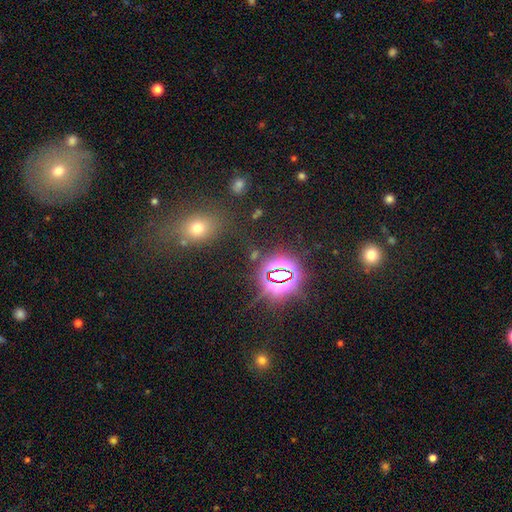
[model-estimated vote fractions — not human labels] Morphology: type=star or artifact (71%).